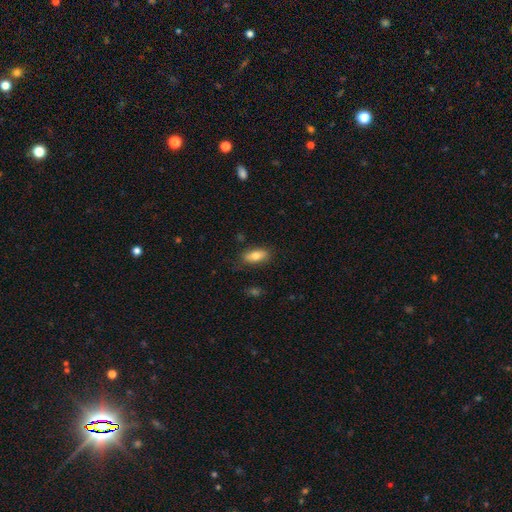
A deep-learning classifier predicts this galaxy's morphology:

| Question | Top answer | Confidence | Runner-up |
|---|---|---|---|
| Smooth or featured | smooth | 77% | featured or disk (16%) |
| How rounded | in between | 84% | cigar-shaped (13%) |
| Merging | none | 80% | minor disturbance (15%) |